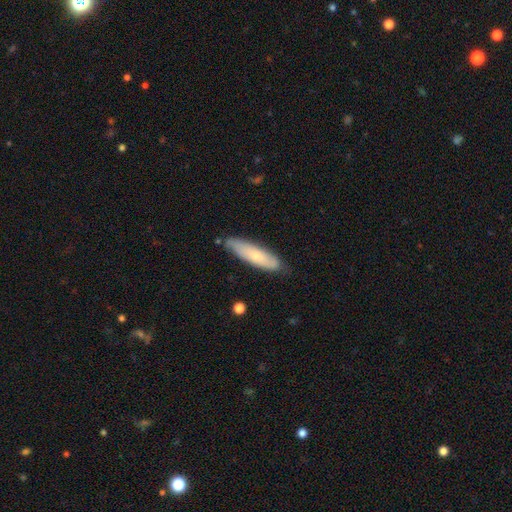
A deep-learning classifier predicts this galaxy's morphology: Smooth or featured: smooth — 63% (featured or disk — 31%)
How rounded: cigar-shaped — 66% (in between — 33%)
Merging: none — 76% (minor disturbance — 19%)